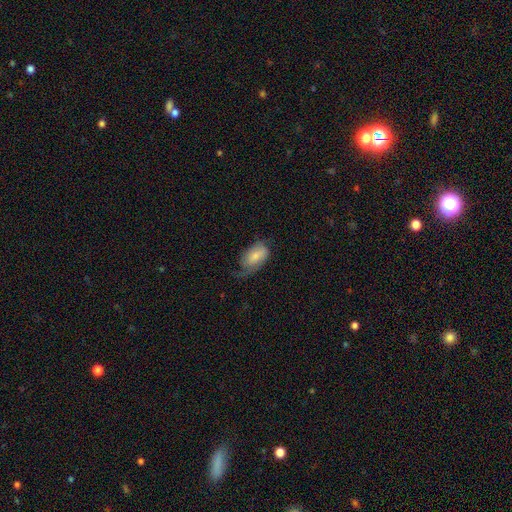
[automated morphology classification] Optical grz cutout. It shows a smooth galaxy with no disk features (64%) that is in between round and cigar-shaped (92%). Merging: none (38%).